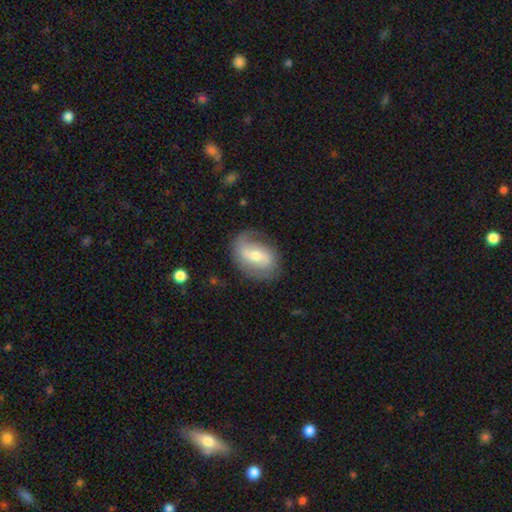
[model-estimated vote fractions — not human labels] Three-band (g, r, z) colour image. It shows a featured or disk galaxy (66%) with a weak bar (44%), 2 (62%) medium (38%) spiral arms (82%) and a moderate central bulge (56%). Merging: none (68%).